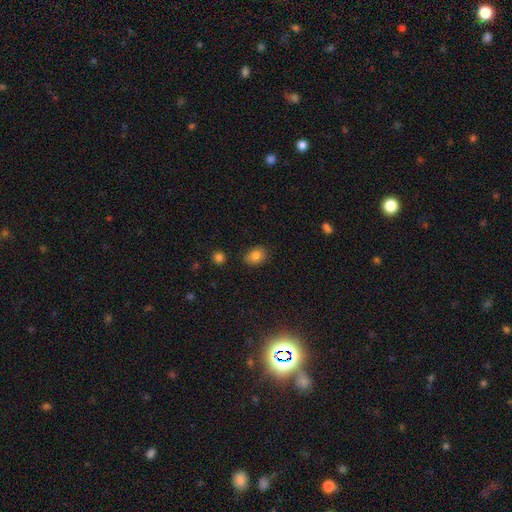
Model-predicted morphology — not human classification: smooth 82%, star or artifact 10%, featured or disk 8%. Down the decision tree: how rounded — in between (61%); merging — none (78%).